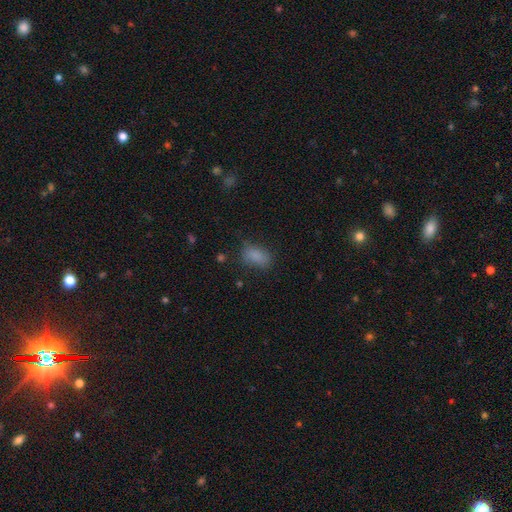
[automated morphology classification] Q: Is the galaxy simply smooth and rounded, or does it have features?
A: smooth — 82%.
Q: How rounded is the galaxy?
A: in between — 88%.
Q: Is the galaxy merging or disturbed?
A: none — 66%.